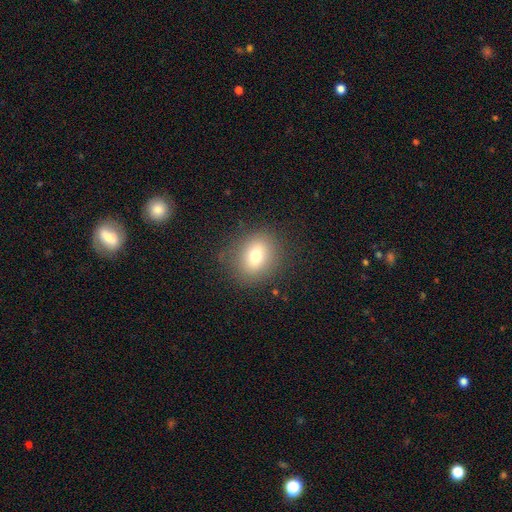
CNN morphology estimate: Smooth or featured? Predicted: smooth (p=0.72). How rounded? Predicted: round (p=0.57). Merging? Predicted: none (p=0.83).